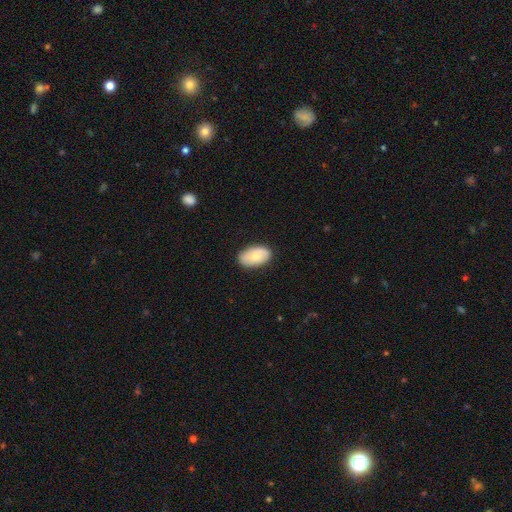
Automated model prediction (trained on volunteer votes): This appears to be a smooth galaxy with no disk features (74%) that is in between round and cigar-shaped (93%). Merging: none (83%).